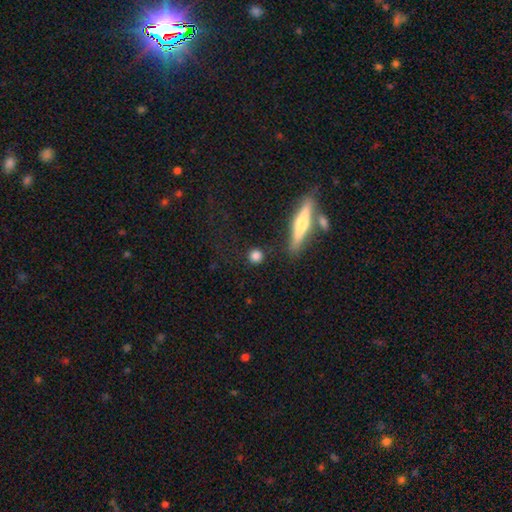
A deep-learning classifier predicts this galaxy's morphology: Smooth or featured: smooth — 82% (featured or disk — 9%)
How rounded: round — 86% (in between — 9%)
Merging: none — 85% (minor disturbance — 8%)